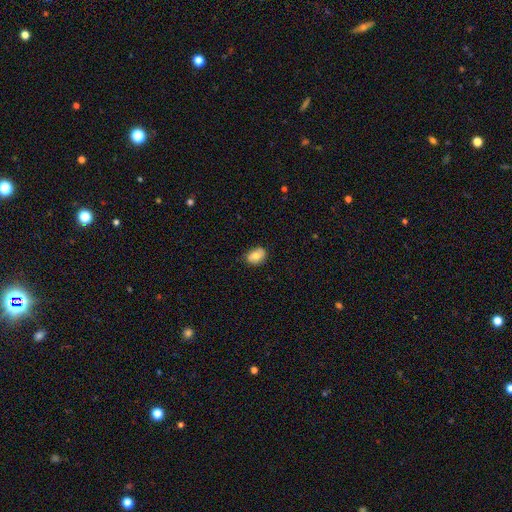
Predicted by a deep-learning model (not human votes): Morphology: type=smooth (69%); roundness=in between (68%); merging=none (77%).